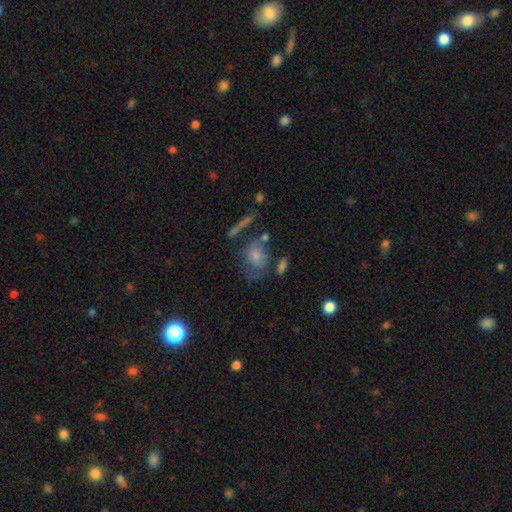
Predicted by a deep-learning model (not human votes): The model was most divided on "smooth or featured": smooth: 50%, featured or disk: 32%, star or artifact: 18%. Remaining: merging — none (46%).